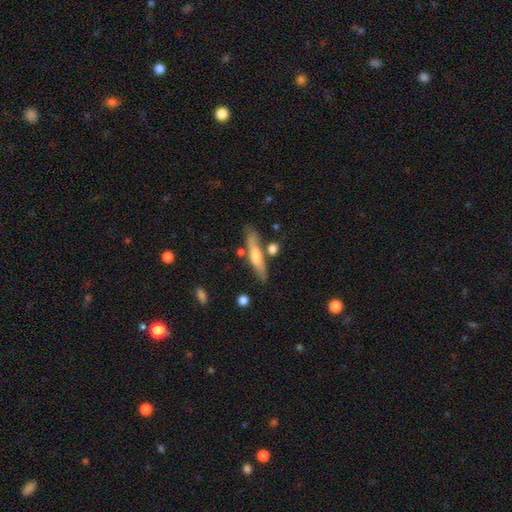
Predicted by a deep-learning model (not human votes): smooth_or_featured: smooth (p=0.48) [alt: featured or disk p=0.45]
merging: none (p=0.71) [alt: minor disturbance p=0.15]